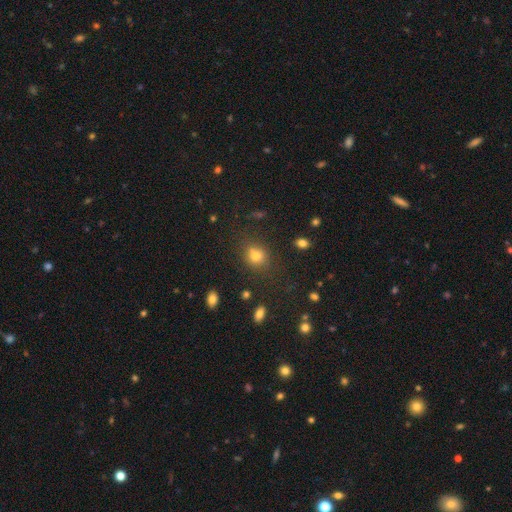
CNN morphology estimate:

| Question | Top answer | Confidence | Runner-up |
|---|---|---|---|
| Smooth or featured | smooth | 73% | star or artifact (18%) |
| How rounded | round | 68% | in between (31%) |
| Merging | none | 70% | minor disturbance (14%) |